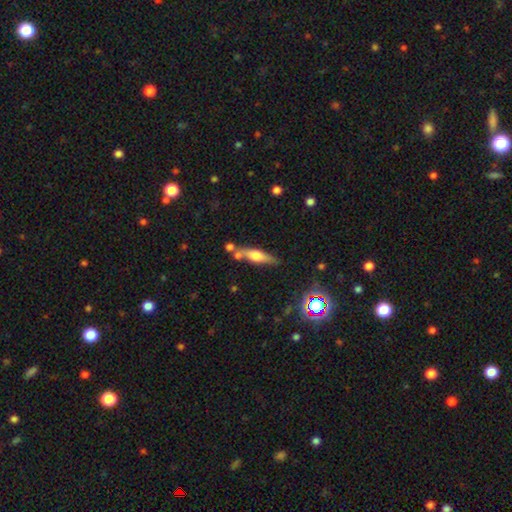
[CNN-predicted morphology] Smooth or featured? featured or disk (47%)
Merging? none (65%)